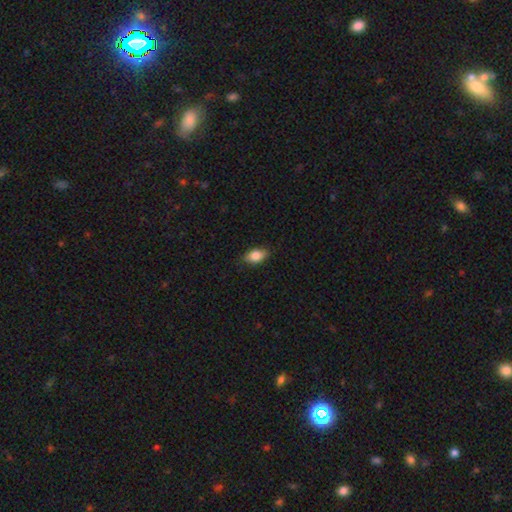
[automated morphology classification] A smooth galaxy with no disk features (84%) that is in between round and cigar-shaped (88%). Merging: none (84%).